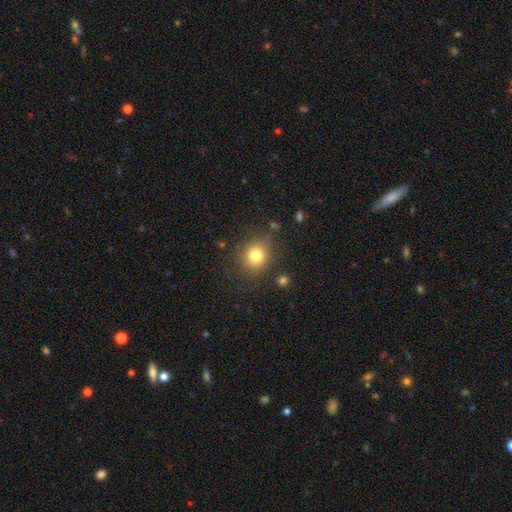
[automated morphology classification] Smooth or featured? smooth (79%)
How rounded? round (83%)
Merging? none (83%)